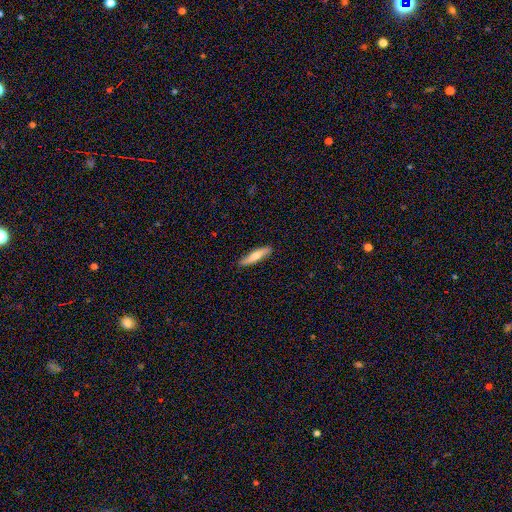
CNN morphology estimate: smooth 63%, featured or disk 31%, star or artifact 5%. Down the decision tree: how rounded — cigar-shaped (83%); merging — none (88%).